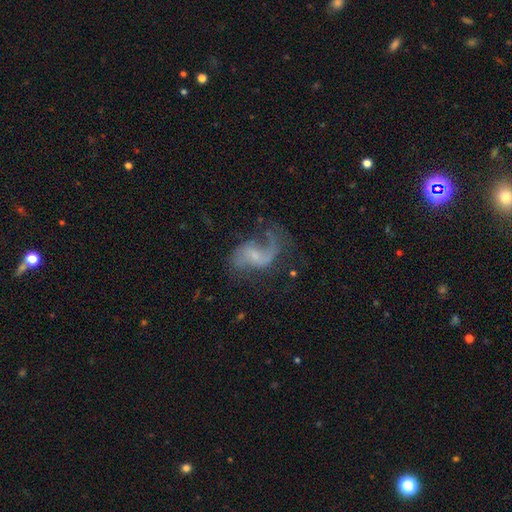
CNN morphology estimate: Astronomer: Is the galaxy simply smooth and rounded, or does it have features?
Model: featured or disk — 78%.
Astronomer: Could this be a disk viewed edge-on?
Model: no — 98%.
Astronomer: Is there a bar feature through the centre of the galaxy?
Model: no — 47% (runner-up: weak, 42%).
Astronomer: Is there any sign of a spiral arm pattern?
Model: yes — 88%.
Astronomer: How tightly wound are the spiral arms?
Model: loose — 63%.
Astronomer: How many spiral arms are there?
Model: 2 — 59%.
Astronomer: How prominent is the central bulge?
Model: small — 63%.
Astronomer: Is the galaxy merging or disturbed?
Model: none — 41% (runner-up: major disturbance, 35%).